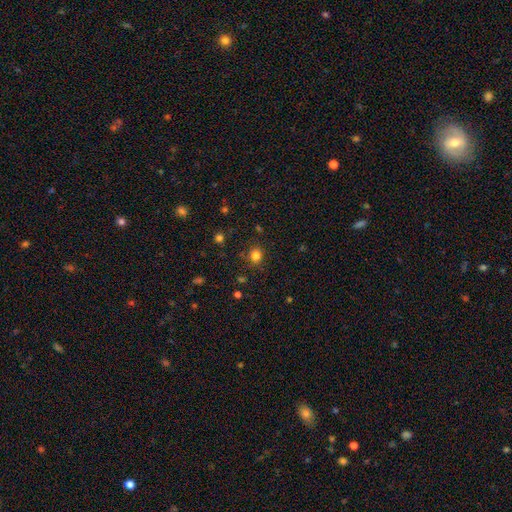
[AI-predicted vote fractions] Smooth or featured? Predicted: smooth (p=0.81). How rounded? Predicted: round (p=0.71). Merging? Predicted: none (p=0.81).